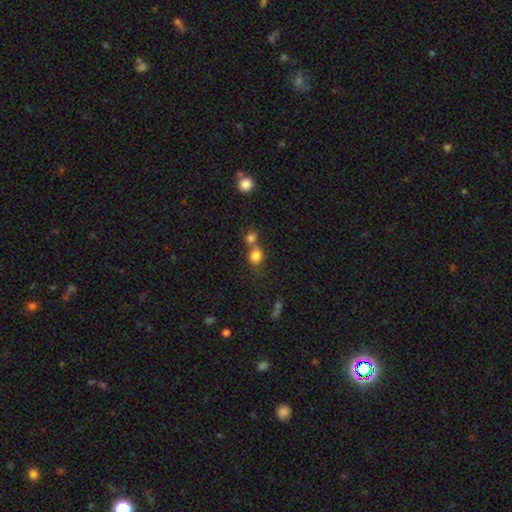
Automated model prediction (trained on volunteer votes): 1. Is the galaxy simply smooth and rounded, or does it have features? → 80% smooth, 12% star or artifact, 8% featured or disk.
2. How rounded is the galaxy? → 79% round, 20% in between, 1% cigar-shaped.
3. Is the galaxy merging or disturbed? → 44% none (tied), 44% merger (tied), 8% minor disturbance, 4% major disturbance.